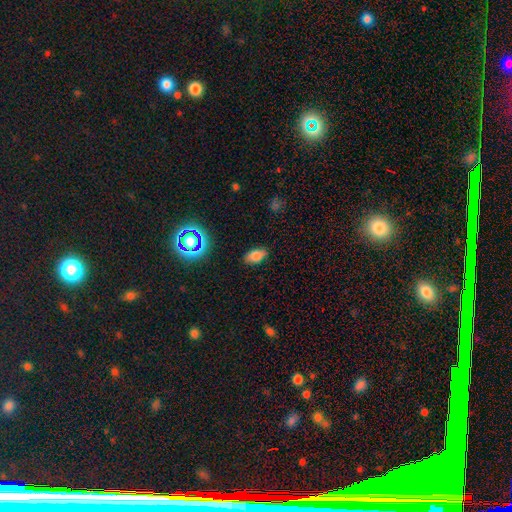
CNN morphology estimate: Smooth or featured: smooth — 77% (star or artifact — 14%)
How rounded: in between — 91% (round — 6%)
Merging: none — 85% (minor disturbance — 12%)